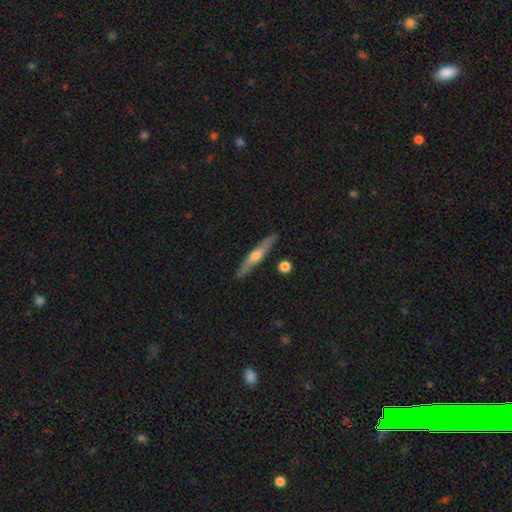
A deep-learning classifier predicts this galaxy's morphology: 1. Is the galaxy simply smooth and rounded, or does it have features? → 57% featured or disk, 37% smooth, 6% star or artifact.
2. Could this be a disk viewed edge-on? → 94% yes, 6% no.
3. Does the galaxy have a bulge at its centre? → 81% rounded, 13% none, 5% boxy.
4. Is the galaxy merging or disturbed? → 88% none, 8% minor disturbance, 2% merger, 2% major disturbance.